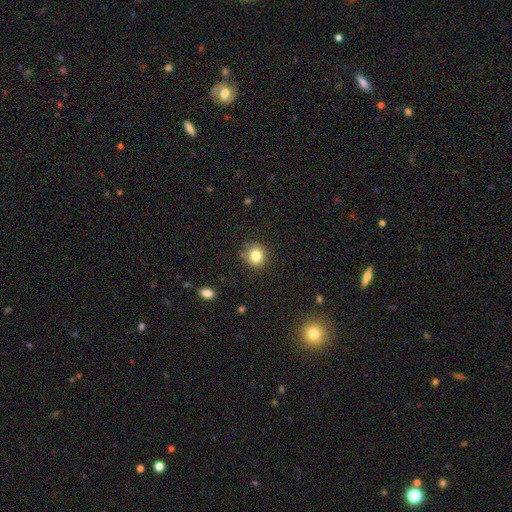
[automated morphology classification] smooth 81%, star or artifact 11%, featured or disk 7%. Down the decision tree: how rounded — round (88%); merging — none (84%).